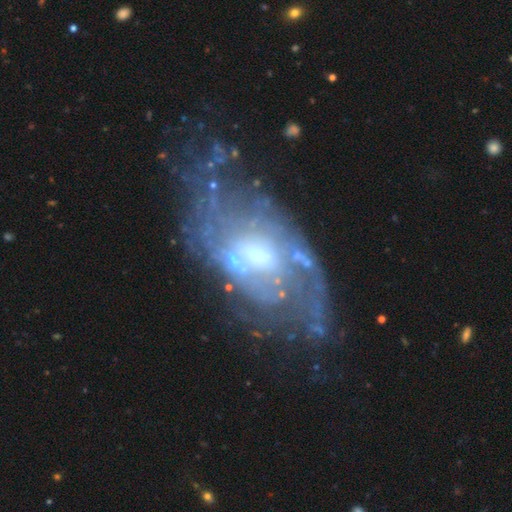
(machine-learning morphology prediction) smooth_or_featured: featured or disk (p=0.80) [alt: smooth p=0.11]
disk_edge_on: no (p=0.95) [alt: yes p=0.05]
bar: no (p=0.47) [alt: weak p=0.41]
has_spiral_arms: yes (p=0.78) [alt: no p=0.22]
spiral_winding: tight (p=0.38) [alt: medium p=0.37]
spiral_arm_count: can't tell (p=0.43) [alt: 2 p=0.35]
bulge_size: small (p=0.47) [alt: moderate p=0.38]
merging: none (p=0.53) [alt: minor disturbance p=0.22]